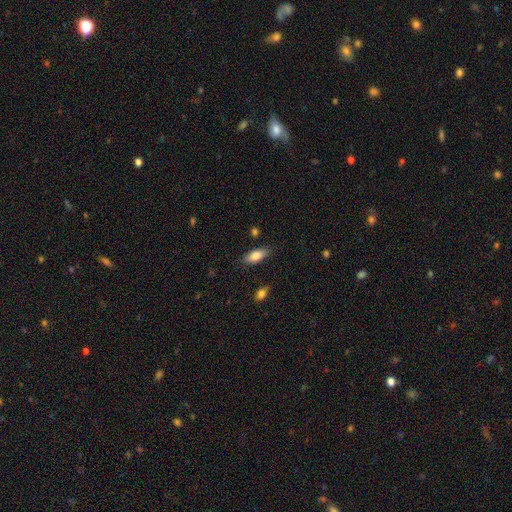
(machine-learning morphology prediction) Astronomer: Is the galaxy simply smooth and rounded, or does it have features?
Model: smooth — 81%.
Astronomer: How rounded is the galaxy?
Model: in between — 77%.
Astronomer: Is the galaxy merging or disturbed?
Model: none — 81%.